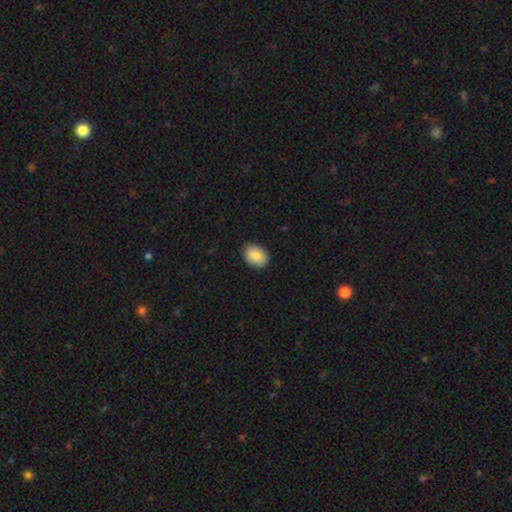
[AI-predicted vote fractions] A smooth galaxy with no disk features (86%) that is in between round and cigar-shaped (74%).

Vote fractions:
- Smooth or featured? smooth: 86% / star or artifact: 7% / featured or disk: 7%
- How rounded? in between: 74% / round: 25% / cigar-shaped: 1%
- Merging? none: 89% / minor disturbance: 8% / major disturbance: 2% / merger: 1%